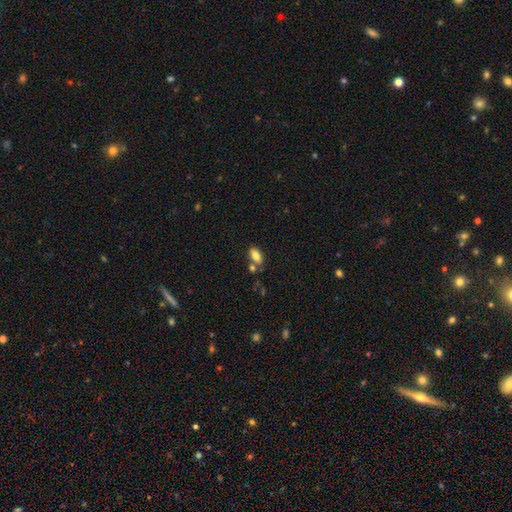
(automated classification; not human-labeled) Smooth or featured? smooth (82%)
How rounded? in between (91%)
Merging? none (66%)